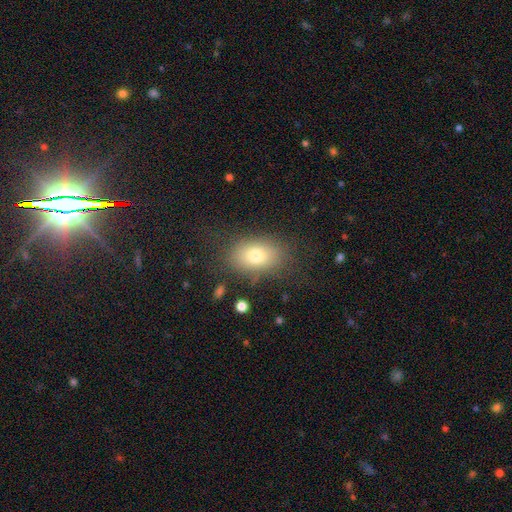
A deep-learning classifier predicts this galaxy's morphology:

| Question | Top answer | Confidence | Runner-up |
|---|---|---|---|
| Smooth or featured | smooth | 77% | featured or disk (13%) |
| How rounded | in between | 84% | round (14%) |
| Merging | none | 78% | minor disturbance (14%) |